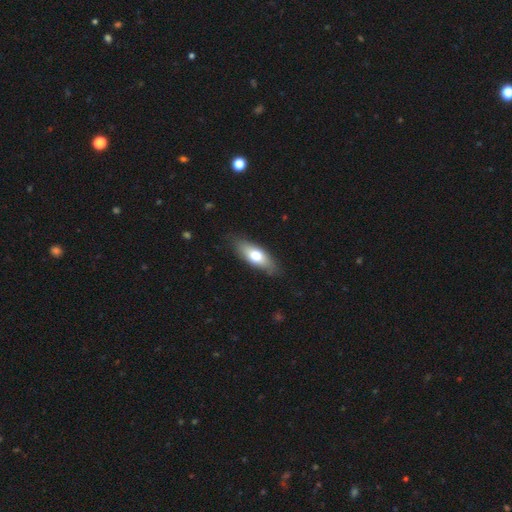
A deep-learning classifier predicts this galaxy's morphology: The model was most divided on "smooth or featured": smooth: 64%, featured or disk: 30%, star or artifact: 6%. More confident: merging — none (82%); how rounded — in between (71%).